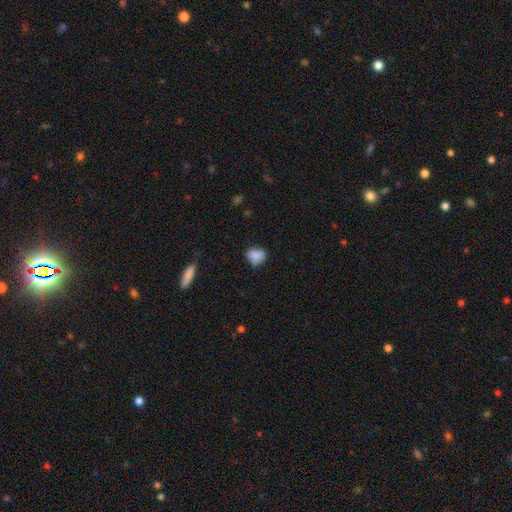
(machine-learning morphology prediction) This is clearly a smooth galaxy (82%). How rounded: likely in between (63%). Merging: possibly none (55%).